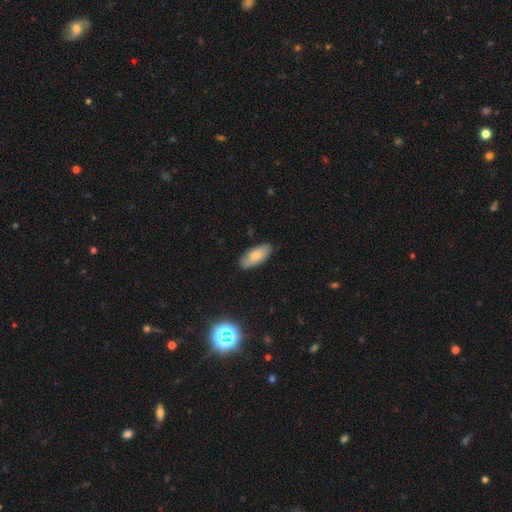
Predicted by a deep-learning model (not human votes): Overall: smooth (74%). How rounded: in between (85%). Merging: none (83%).